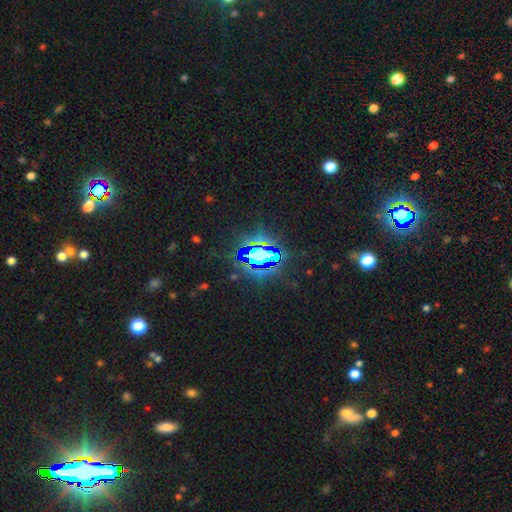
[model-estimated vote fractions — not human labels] Smooth or featured? star or artifact (76%)